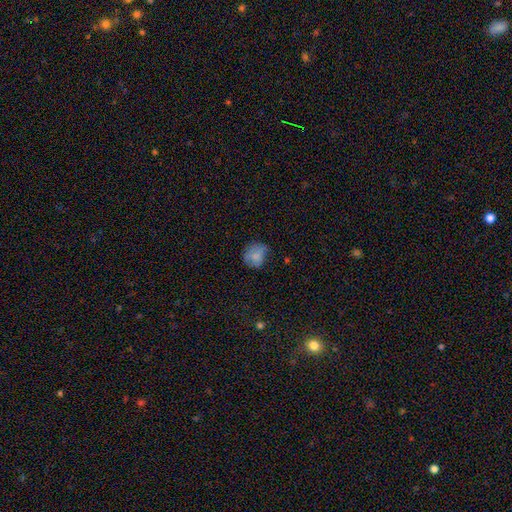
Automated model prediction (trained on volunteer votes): A smooth galaxy with no disk features (77%) that is round (68%). Merging: none (56%).